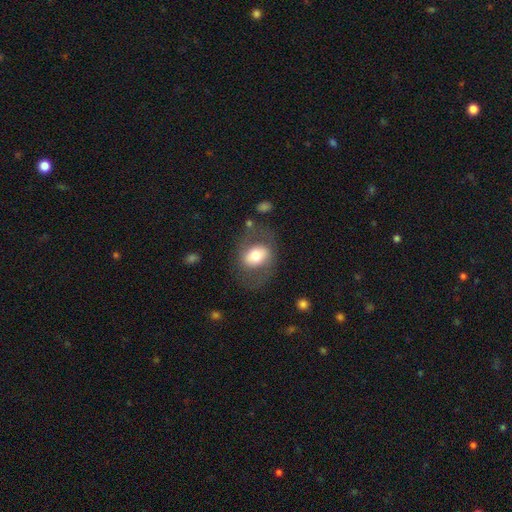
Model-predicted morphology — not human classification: Smooth or featured? Predicted: smooth (p=0.58). How rounded? Predicted: in between (p=0.61). Merging? Predicted: none (p=0.66).